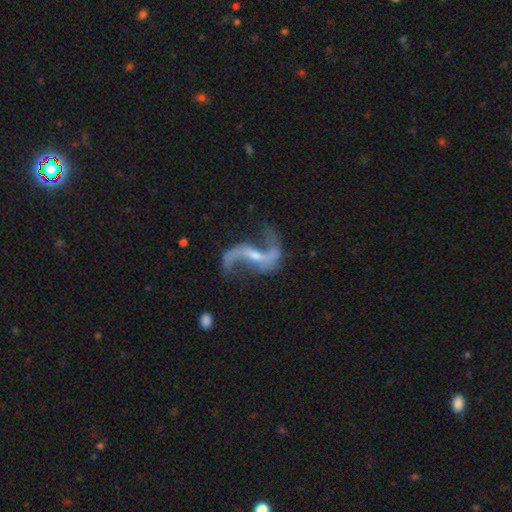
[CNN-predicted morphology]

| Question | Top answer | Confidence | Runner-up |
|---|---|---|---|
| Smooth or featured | featured or disk | 91% | star or artifact (5%) |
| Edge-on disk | no | 96% | yes (4%) |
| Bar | weak | 38% | tied: strong (38%) |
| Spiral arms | yes | 96% | no (4%) |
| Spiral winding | loose | 89% | medium (8%) |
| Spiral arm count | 2 | 94% | 1 (2%) |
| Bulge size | small | 63% | moderate (25%) |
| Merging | none | 68% | minor disturbance (16%) |